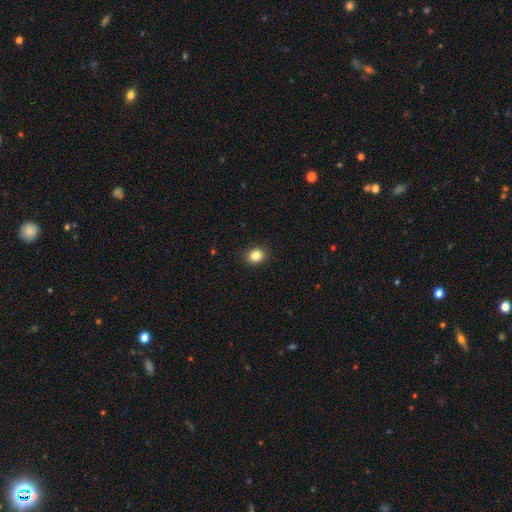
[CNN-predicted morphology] smooth 84%, star or artifact 10%, featured or disk 5%. Down the decision tree: how rounded — round (57%); merging — none (90%).